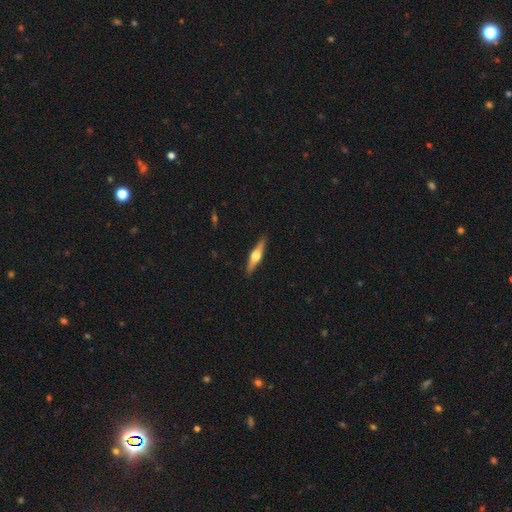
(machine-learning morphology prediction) smooth-or-featured: featured or disk: 67% | smooth: 28% | star or artifact: 5%
  disk-edge-on: yes: 97% | no: 3%
    edge-on-bulge: rounded: 95% | boxy: 3% | none: 2%
  merging: none: 91% | minor disturbance: 7% | major disturbance: 1% | merger: 1%